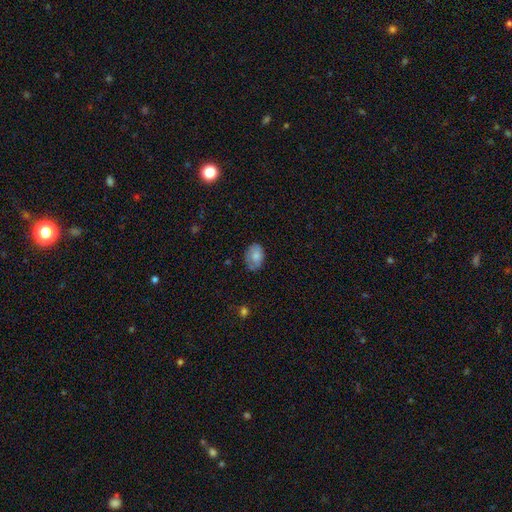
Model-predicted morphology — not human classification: Smooth or featured? smooth (76%)
How rounded? in between (79%)
Merging? none (63%)